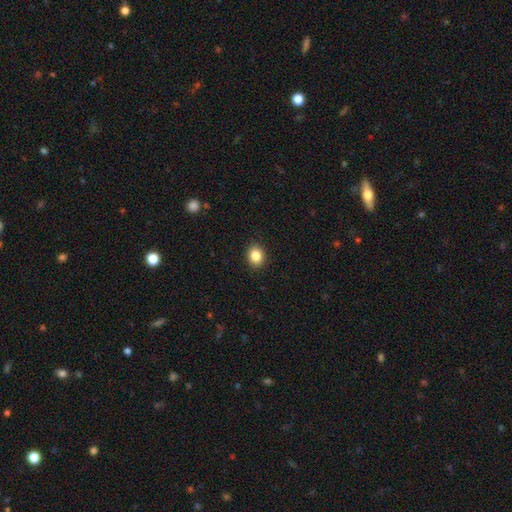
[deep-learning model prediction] This is clearly a smooth galaxy (85%). How rounded: possibly round (56%). Merging: clearly none (91%).